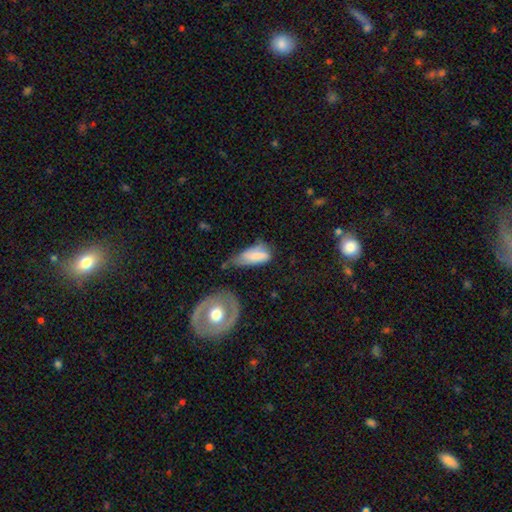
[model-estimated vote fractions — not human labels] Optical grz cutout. It shows a smooth galaxy with no disk features (69%) that is in between round and cigar-shaped (80%). Merging: minor disturbance (38%).